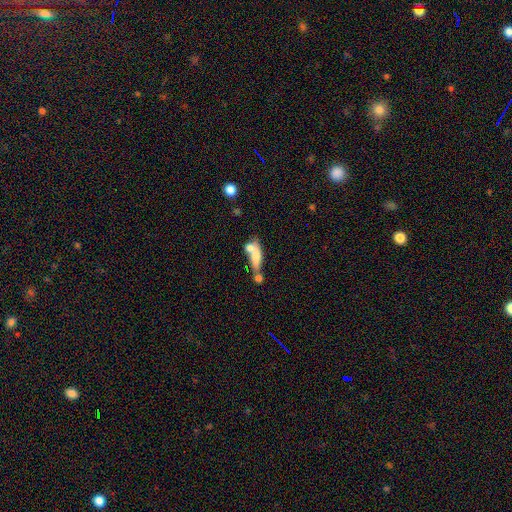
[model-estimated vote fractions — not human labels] smooth_or_featured: smooth (p=0.64) [alt: featured or disk p=0.28]
how_rounded: in between (p=0.48) [alt: cigar-shaped p=0.47]
merging: merger (p=0.39) [alt: none p=0.37]